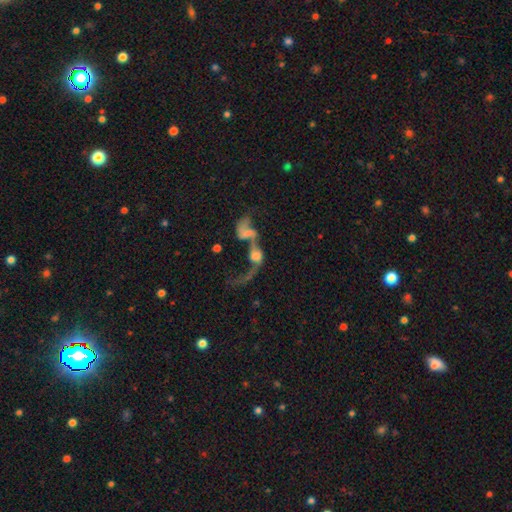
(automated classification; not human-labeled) Smooth or featured? featured or disk (63%)
Edge-on disk? no (92%)
Bar? no (67%)
Spiral arms? yes (65%)
Bulge size? none (30%)
Merging? merger (71%)